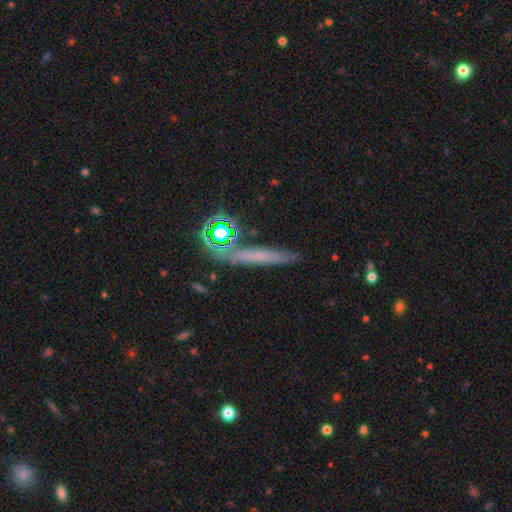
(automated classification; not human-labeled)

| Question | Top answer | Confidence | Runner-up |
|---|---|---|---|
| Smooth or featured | smooth | 50% | featured or disk (29%) |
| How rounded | cigar-shaped | 79% | round (12%) |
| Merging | none | 77% | minor disturbance (11%) |